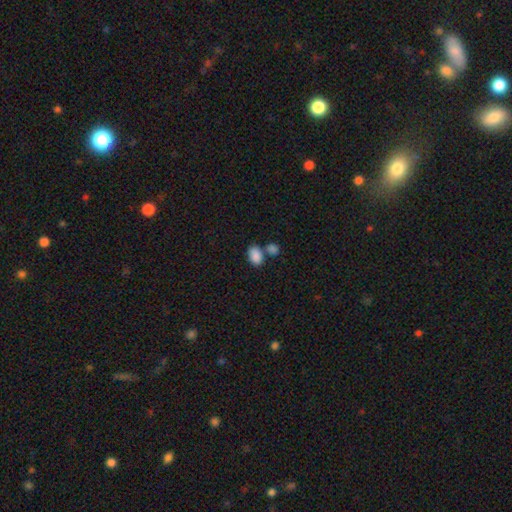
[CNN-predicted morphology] smooth-or-featured: smooth: 87% | star or artifact: 8% | featured or disk: 5%
  how-rounded: in between: 87% | round: 12% | cigar-shaped: 1%
  merging: none: 52% | merger: 32% | minor disturbance: 12% | major disturbance: 4%